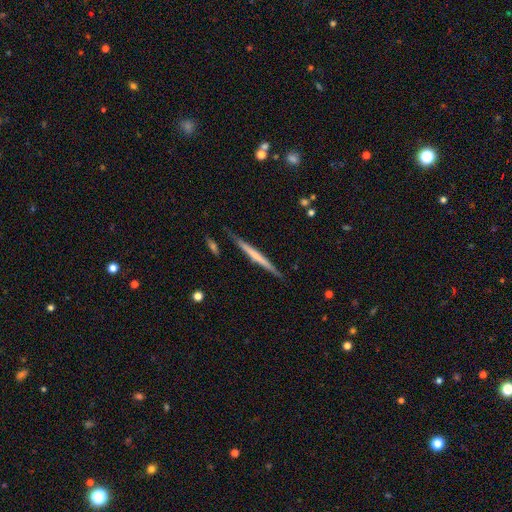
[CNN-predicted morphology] A featured or disk galaxy (54%) viewed edge-on (97%) with no central bulge (78%). Merging: none (85%).